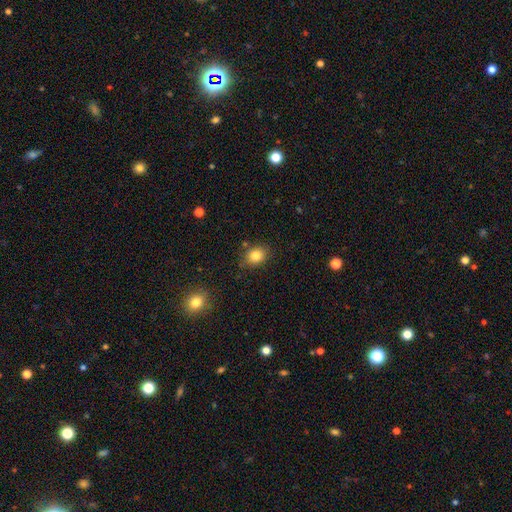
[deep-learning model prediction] Smooth or featured? Predicted: smooth (p=0.83). How rounded? Predicted: round (p=0.50). Merging? Predicted: none (p=0.79).